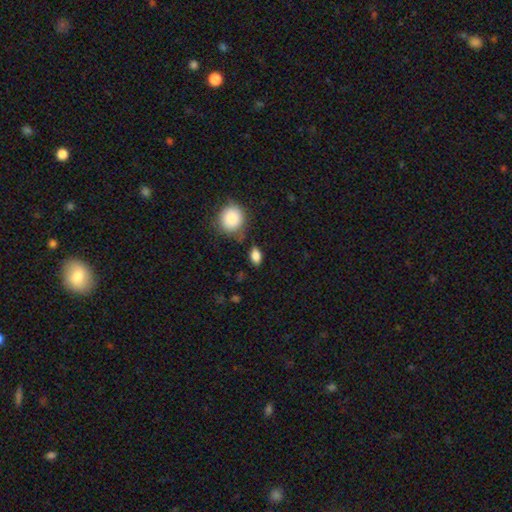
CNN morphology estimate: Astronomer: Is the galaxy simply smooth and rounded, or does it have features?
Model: smooth — 85%.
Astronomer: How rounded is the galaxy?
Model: in between — 83%.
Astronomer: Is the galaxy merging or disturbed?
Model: none — 74%.